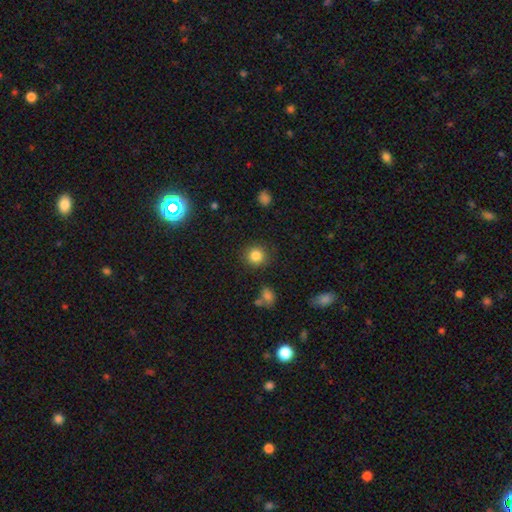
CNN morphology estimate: Smooth or featured? smooth (84%)
How rounded? round (91%)
Merging? none (88%)